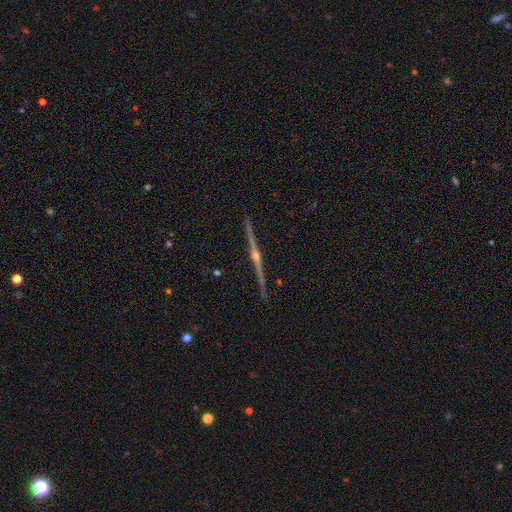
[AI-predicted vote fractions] Overall: featured or disk (89%). Edge-on disk: yes (99%). Edge-on bulge: rounded (91%). Merging: none (92%).